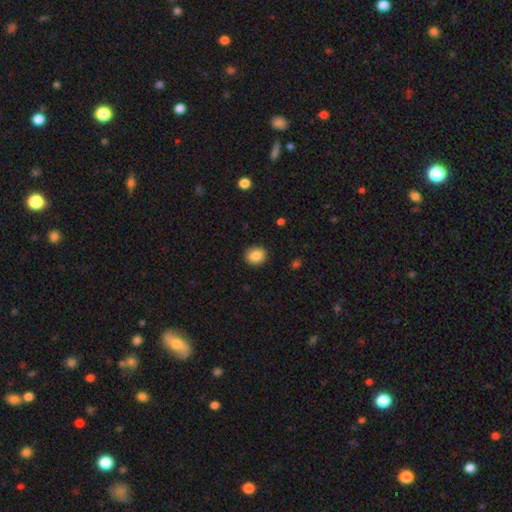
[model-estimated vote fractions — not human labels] smooth-or-featured: smooth: 86% | star or artifact: 9% | featured or disk: 5%
  how-rounded: round: 76% | in between: 23% | cigar-shaped: 1%
  merging: none: 91% | minor disturbance: 6% | major disturbance: 2% | merger: 1%